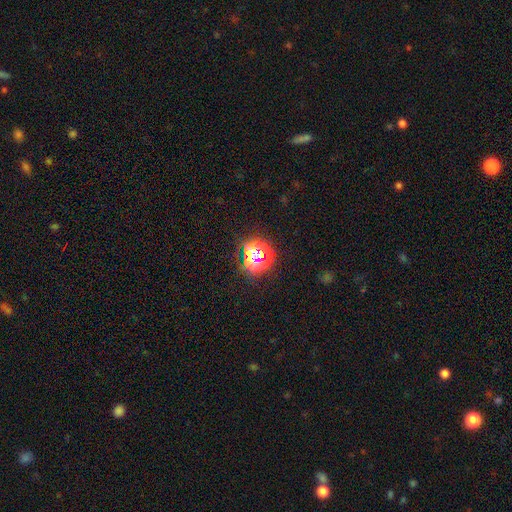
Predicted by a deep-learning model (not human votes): Smooth or featured? Predicted: star or artifact (p=0.68).